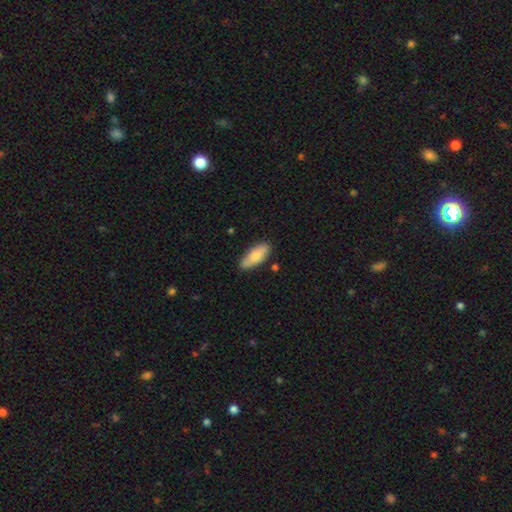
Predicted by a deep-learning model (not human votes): A smooth galaxy with no disk features (78%) that is in between round and cigar-shaped (80%). Merging: none (79%).